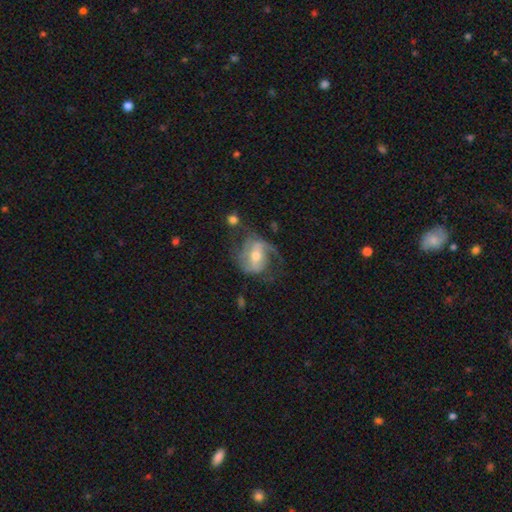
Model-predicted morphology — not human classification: Smooth or featured: featured or disk — 73% (smooth — 20%)
Edge-on disk: no — 96% (yes — 4%)
Bar: weak — 42% (strong — 35%)
Spiral arms: yes — 83% (no — 17%)
Spiral winding: loose — 42% (medium — 41%)
Spiral arm count: 2 — 62% (1 — 21%)
Bulge size: moderate — 67% (small — 26%)
Merging: none — 46% (major disturbance — 27%)